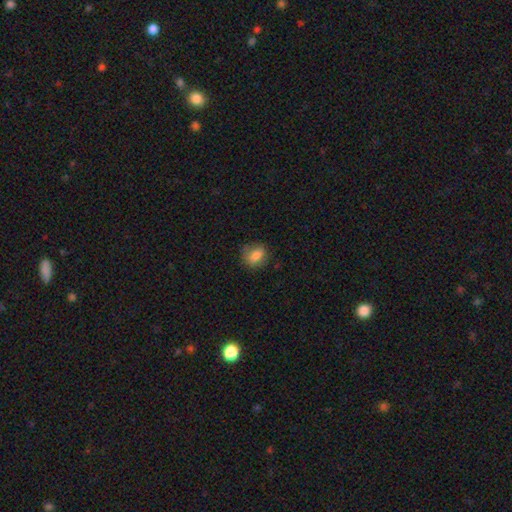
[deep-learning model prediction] Smooth or featured?
  - smooth: 82% *
  - featured or disk: 9%
  - star or artifact: 9%
How rounded?
  - in between: 59% *
  - round: 39%
  - cigar-shaped: 2%
Merging?
  - none: 72% *
  - minor disturbance: 20%
  - major disturbance: 6%
  - merger: 1%